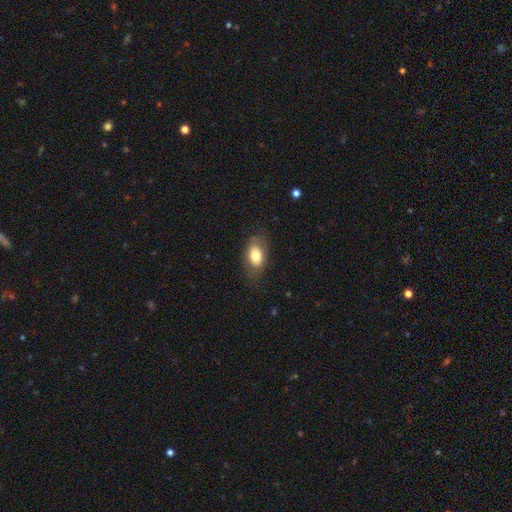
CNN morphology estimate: smooth_or_featured: smooth (p=0.74) [alt: featured or disk p=0.18]
how_rounded: in between (p=0.85) [alt: round p=0.14]
merging: none (p=0.73) [alt: minor disturbance p=0.19]